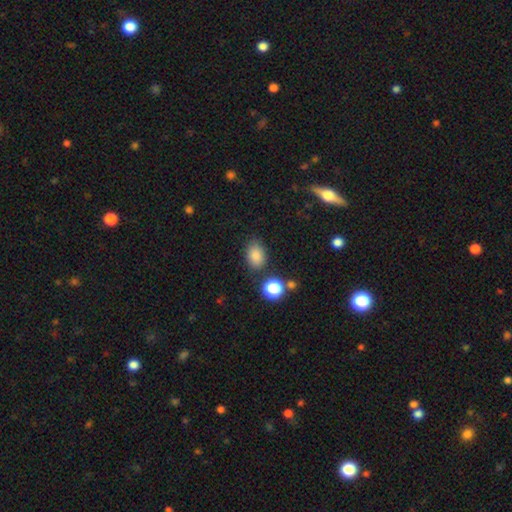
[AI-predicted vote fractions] smooth-or-featured: smooth: 84% | star or artifact: 11% | featured or disk: 5%
  how-rounded: in between: 76% | round: 22% | cigar-shaped: 1%
  merging: none: 78% | minor disturbance: 14% | merger: 5% | major disturbance: 4%